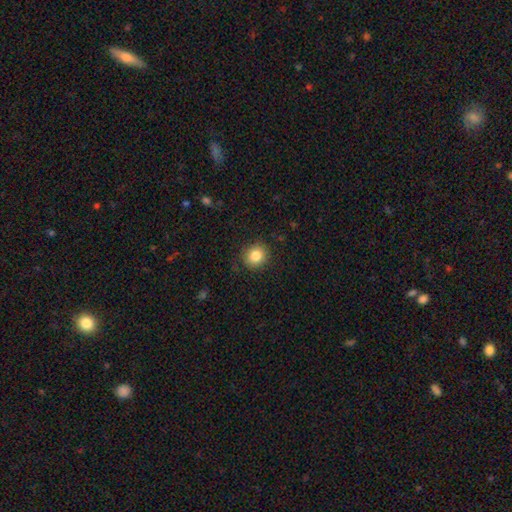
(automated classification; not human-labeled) Smooth or featured?
  - smooth: 84% *
  - star or artifact: 10%
  - featured or disk: 6%
How rounded?
  - round: 85% *
  - in between: 14%
  - cigar-shaped: 1%
Merging?
  - none: 89% *
  - minor disturbance: 8%
  - major disturbance: 2%
  - merger: 1%